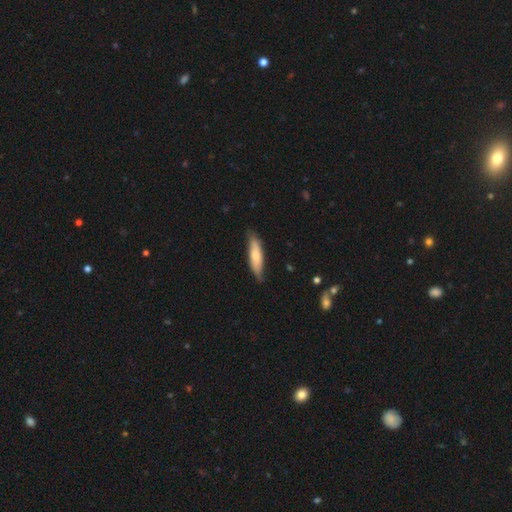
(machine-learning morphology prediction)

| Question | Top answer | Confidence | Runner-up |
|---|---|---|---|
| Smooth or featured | smooth | 71% | featured or disk (24%) |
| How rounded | cigar-shaped | 67% | in between (32%) |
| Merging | none | 72% | minor disturbance (23%) |